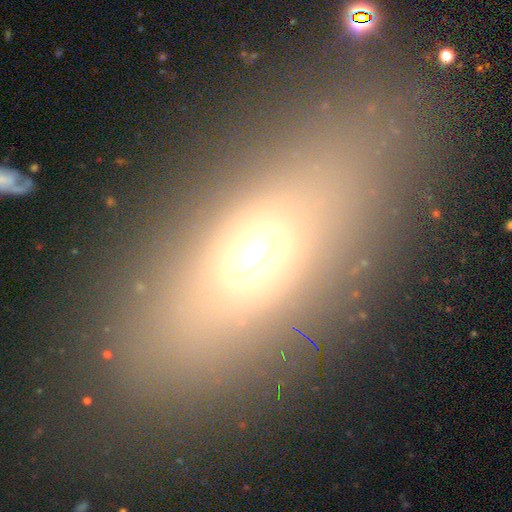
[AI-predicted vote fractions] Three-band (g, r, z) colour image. It shows a smooth galaxy with no disk features (60%) that is in between round and cigar-shaped (78%). Merging: none (81%).